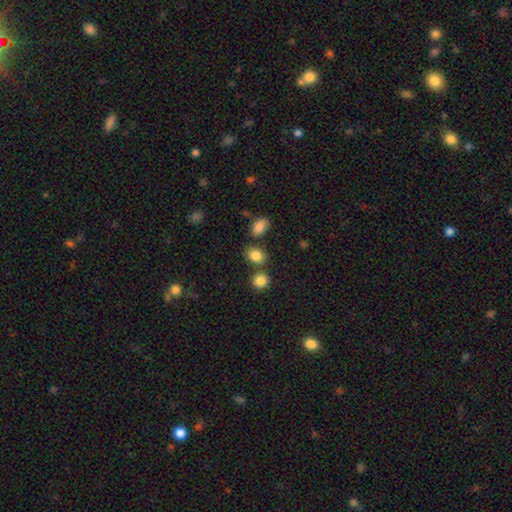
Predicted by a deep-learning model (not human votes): This appears to be a smooth galaxy with no disk features (84%) that is round (50%). Merging: none (72%).